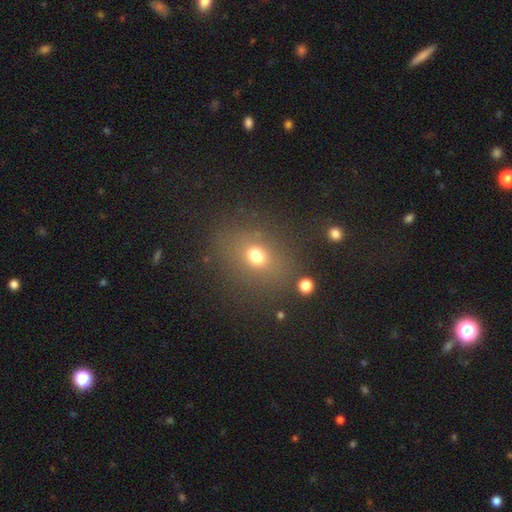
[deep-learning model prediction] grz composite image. It shows a smooth galaxy with no disk features (68%) that is in between round and cigar-shaped (50%). Merging: none (71%).